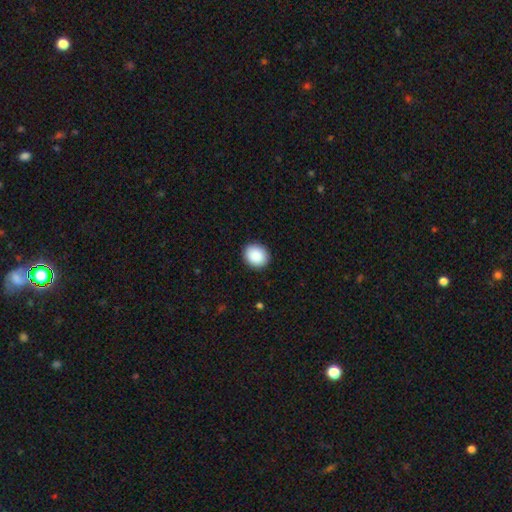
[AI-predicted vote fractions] smooth 90%, star or artifact 7%, featured or disk 3%. Down the decision tree: how rounded — round (63%); merging — none (91%).